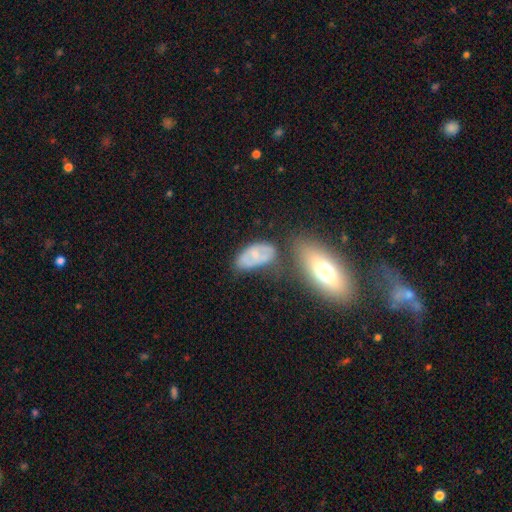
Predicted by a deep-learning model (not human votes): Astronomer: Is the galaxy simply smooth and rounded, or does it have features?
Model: smooth — 51% (runner-up: featured or disk, 41%).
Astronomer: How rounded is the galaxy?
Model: in between — 91%.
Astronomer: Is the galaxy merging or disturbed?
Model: none — 44% (runner-up: minor disturbance, 27%).